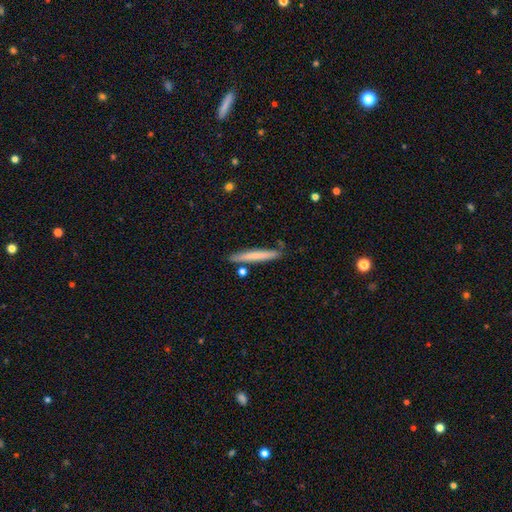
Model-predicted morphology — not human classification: Smooth or featured: smooth — 66% (featured or disk — 28%)
How rounded: cigar-shaped — 96% (in between — 3%)
Merging: none — 83% (minor disturbance — 11%)